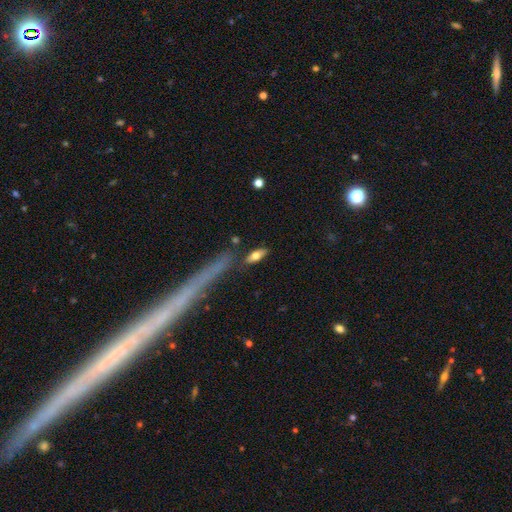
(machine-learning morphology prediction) A smooth galaxy with no disk features (68%) that is in between round and cigar-shaped (74%). Merging: none (76%).